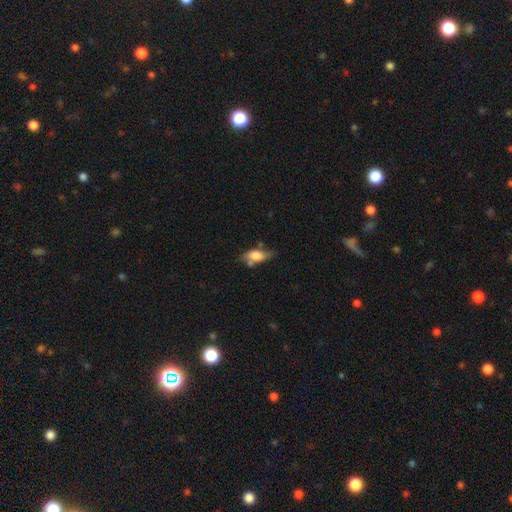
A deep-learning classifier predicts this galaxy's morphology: Smooth or featured?
  - smooth: 68% *
  - featured or disk: 24%
  - star or artifact: 8%
How rounded?
  - in between: 80% *
  - cigar-shaped: 15%
  - round: 5%
Merging?
  - none: 49% *
  - minor disturbance: 28%
  - merger: 12%
  - major disturbance: 10%